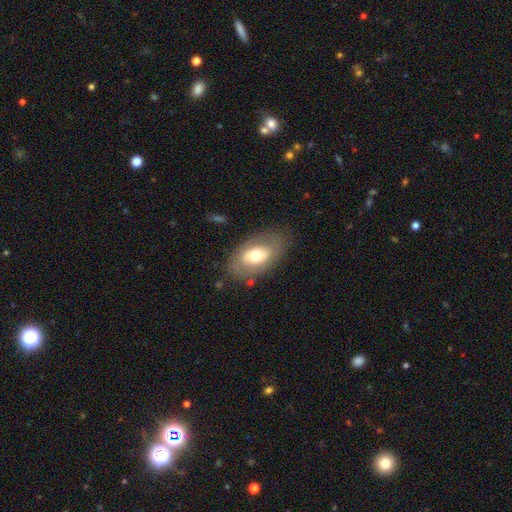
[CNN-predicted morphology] This appears to be a smooth galaxy with no disk features (53%) that is in between round and cigar-shaped (90%). Merging: none (77%).